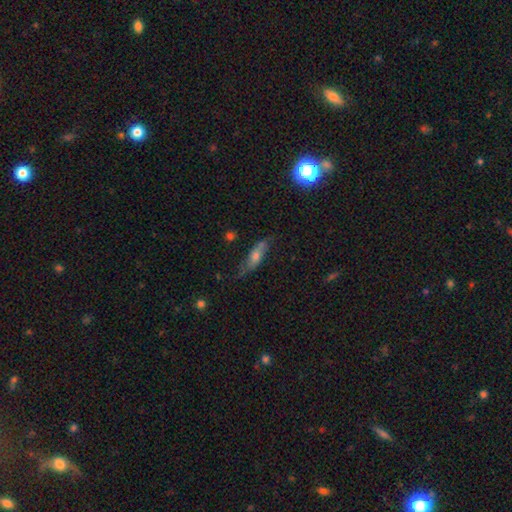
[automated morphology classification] type=featured or disk (50%); merging=none (63%).